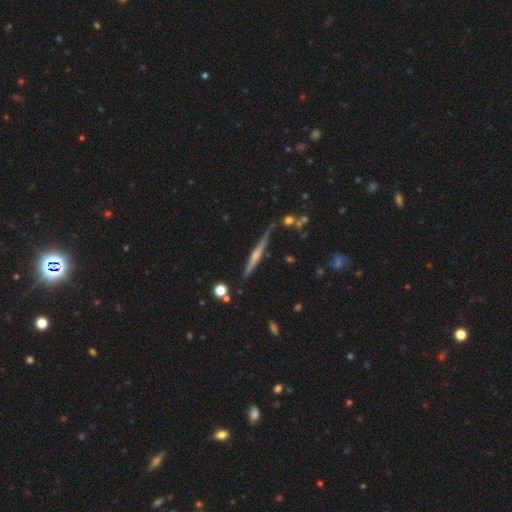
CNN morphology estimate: Q: Smooth or featured?
A: featured or disk (61%); runner-up: smooth (31%)
Q: Edge-on disk?
A: yes (97%); runner-up: no (3%)
Q: Edge-on bulge?
A: rounded (48%); runner-up: none (41%)
Q: Merging?
A: none (77%); runner-up: minor disturbance (15%)